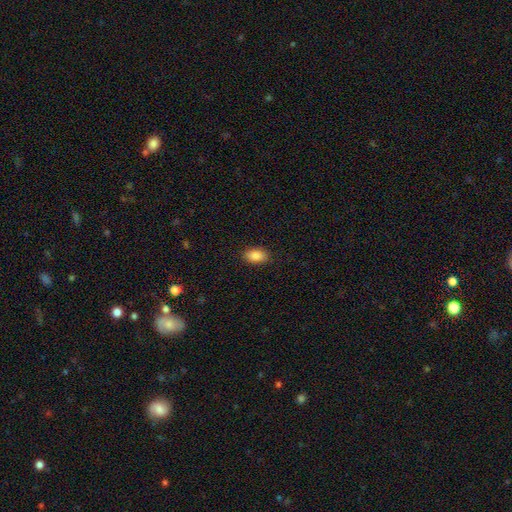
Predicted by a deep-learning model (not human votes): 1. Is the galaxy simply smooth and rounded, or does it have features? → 88% smooth, 8% star or artifact, 4% featured or disk.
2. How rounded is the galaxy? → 89% in between, 10% round, 2% cigar-shaped.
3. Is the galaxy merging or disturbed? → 88% none, 9% minor disturbance, 2% major disturbance, 1% merger.